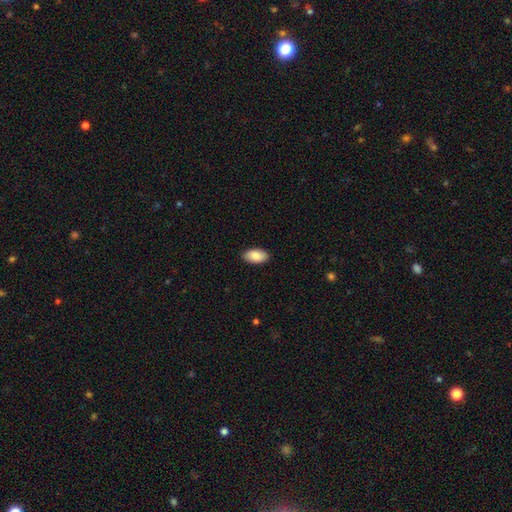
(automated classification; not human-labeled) Q: Smooth or featured?
A: smooth (87%); runner-up: featured or disk (6%)
Q: How rounded?
A: in between (95%); runner-up: round (3%)
Q: Merging?
A: none (89%); runner-up: minor disturbance (8%)